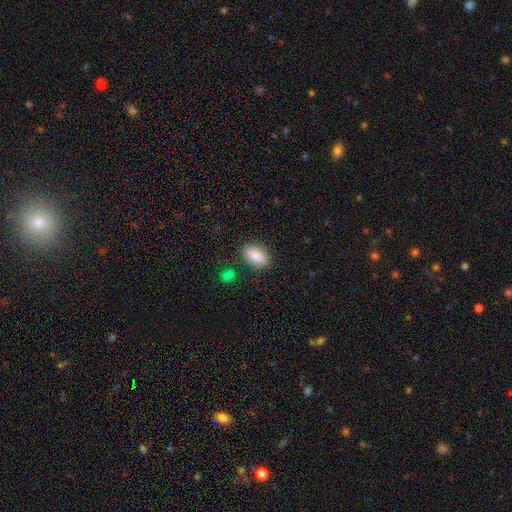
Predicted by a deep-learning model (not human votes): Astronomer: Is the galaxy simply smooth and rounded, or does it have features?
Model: smooth — 88%.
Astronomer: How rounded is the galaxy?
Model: in between — 92%.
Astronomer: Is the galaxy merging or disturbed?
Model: none — 82%.